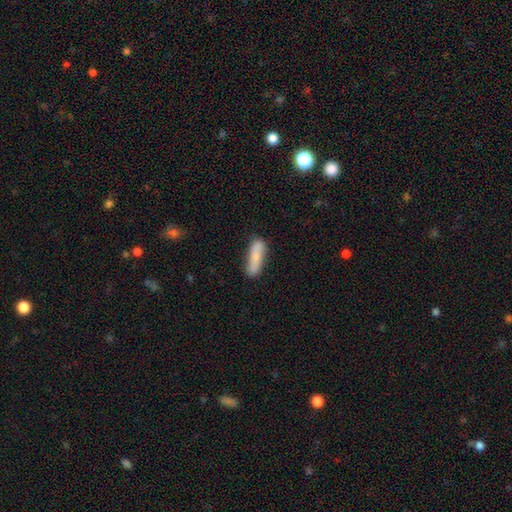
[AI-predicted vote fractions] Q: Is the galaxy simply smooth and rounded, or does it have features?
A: smooth — 74%.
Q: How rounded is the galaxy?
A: cigar-shaped — 62%.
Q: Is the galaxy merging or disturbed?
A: none — 76%.